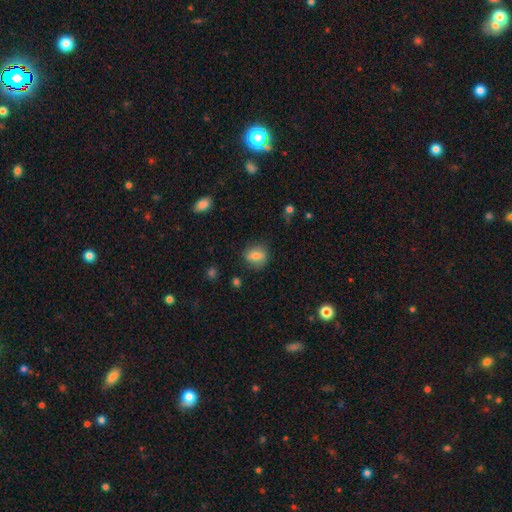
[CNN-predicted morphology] Smooth or featured? Predicted: smooth (p=0.72). How rounded? Predicted: round (p=0.56). Merging? Predicted: none (p=0.75).